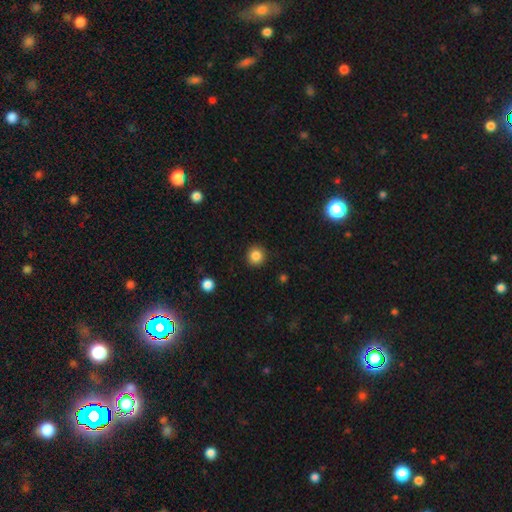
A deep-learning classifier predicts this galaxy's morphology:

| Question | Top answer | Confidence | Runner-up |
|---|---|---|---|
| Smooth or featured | smooth | 84% | star or artifact (11%) |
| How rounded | round | 94% | in between (5%) |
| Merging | none | 92% | minor disturbance (5%) |